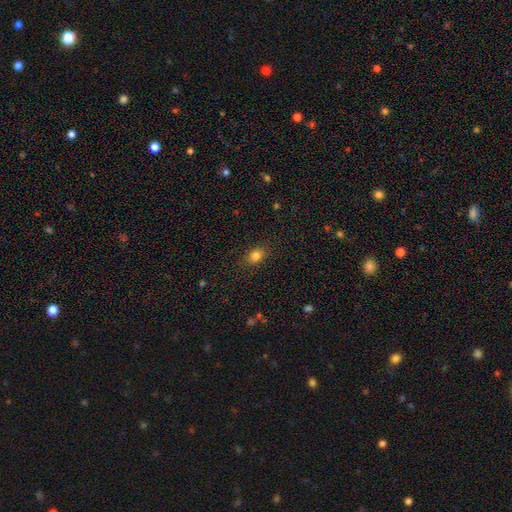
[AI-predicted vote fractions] This is clearly a smooth galaxy (83%). How rounded: likely in between (64%). Merging: clearly none (84%).